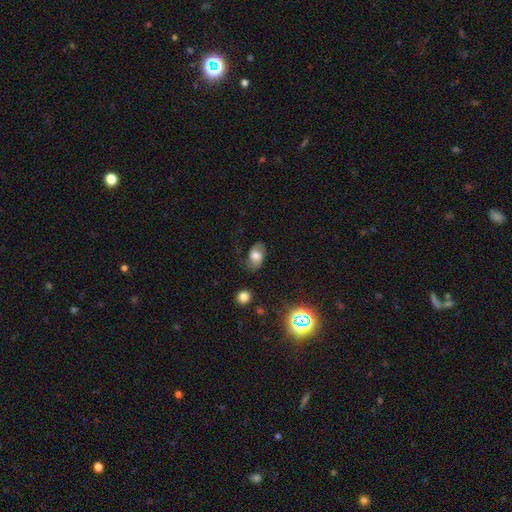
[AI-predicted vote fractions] smooth-or-featured: smooth: 53% | featured or disk: 36% | star or artifact: 10%
  how-rounded: in between: 83% | round: 15% | cigar-shaped: 2%
  merging: none: 66% | minor disturbance: 22% | major disturbance: 10% | merger: 2%